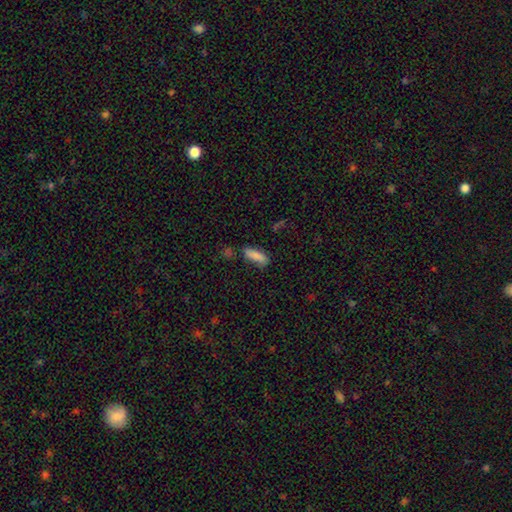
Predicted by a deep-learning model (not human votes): Smooth or featured? Predicted: smooth (p=0.82). How rounded? Predicted: in between (p=0.52). Merging? Predicted: none (p=0.63).